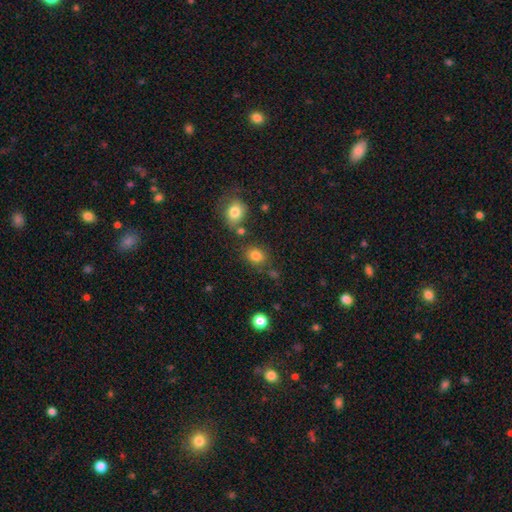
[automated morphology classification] Overall: smooth (82%). How rounded: round (62%; in between 37%). Merging: none (75%).